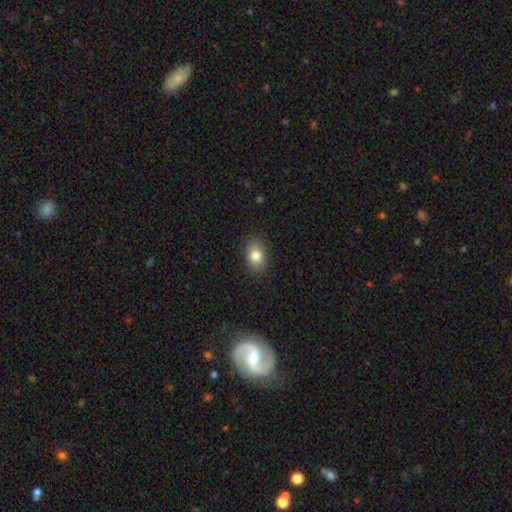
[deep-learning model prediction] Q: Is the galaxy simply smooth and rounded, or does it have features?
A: smooth — 81%.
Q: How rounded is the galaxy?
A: in between — 75%.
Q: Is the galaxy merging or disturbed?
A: none — 86%.